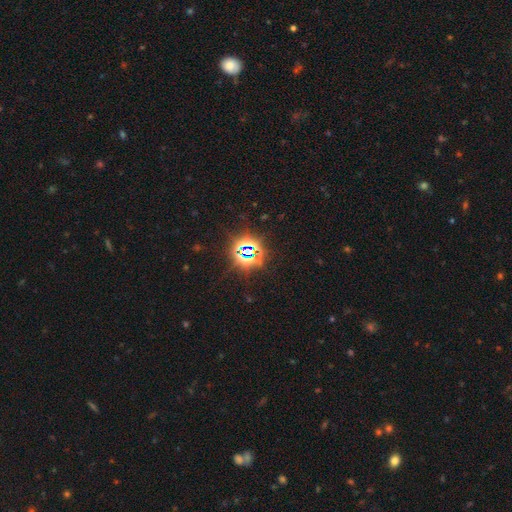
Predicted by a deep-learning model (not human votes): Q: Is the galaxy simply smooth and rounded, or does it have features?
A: star or artifact — 81%.